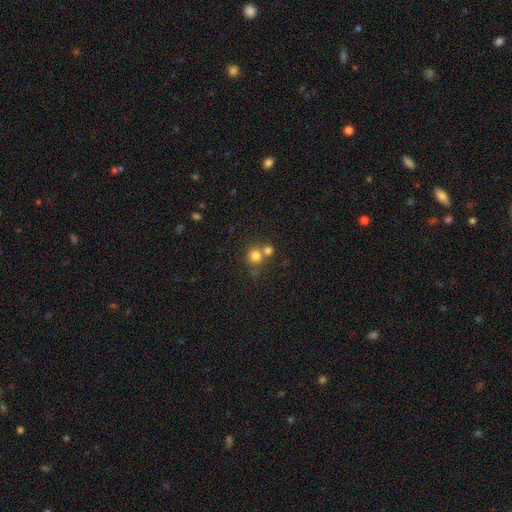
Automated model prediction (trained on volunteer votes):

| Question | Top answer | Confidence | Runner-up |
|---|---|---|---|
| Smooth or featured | smooth | 78% | star or artifact (13%) |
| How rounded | round | 89% | in between (10%) |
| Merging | none | 51% | merger (39%) |